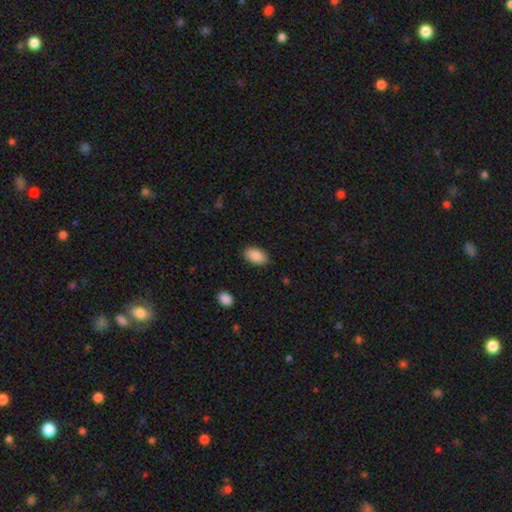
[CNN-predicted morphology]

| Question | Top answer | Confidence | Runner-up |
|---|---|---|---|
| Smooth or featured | smooth | 90% | star or artifact (7%) |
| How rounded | in between | 94% | round (5%) |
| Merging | none | 86% | minor disturbance (10%) |